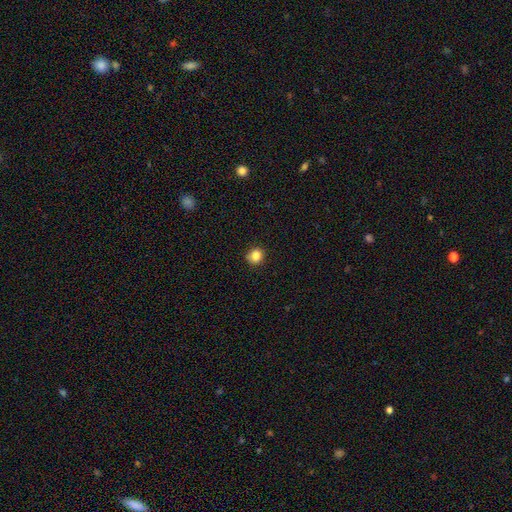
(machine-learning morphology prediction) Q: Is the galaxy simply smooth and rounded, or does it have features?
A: smooth — 84%.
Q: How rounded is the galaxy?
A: round — 86%.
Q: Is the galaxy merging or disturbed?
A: none — 89%.